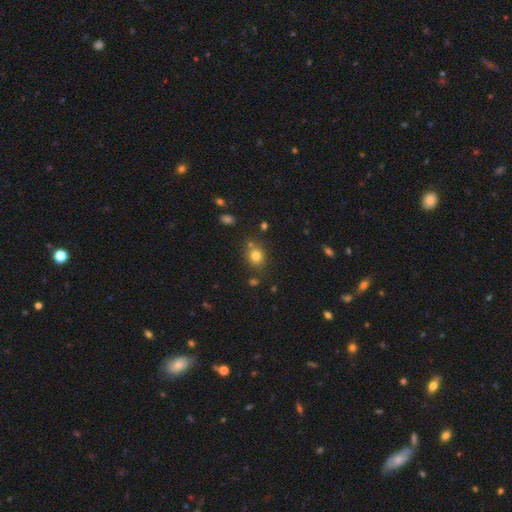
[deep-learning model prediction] A smooth galaxy with no disk features (79%) that is round (67%). Merging: none (74%).